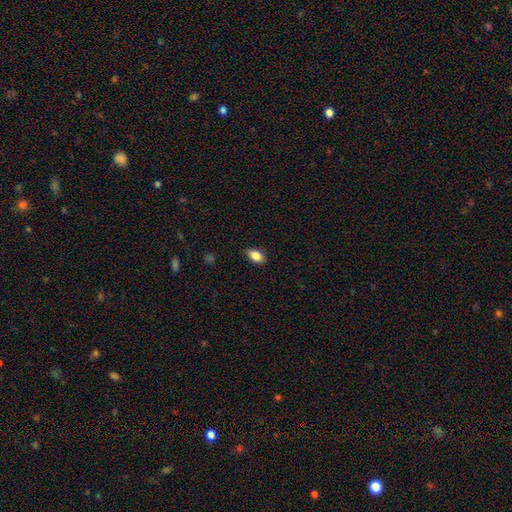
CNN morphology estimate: This is clearly a smooth galaxy (85%). How rounded: clearly in between (89%). Merging: clearly none (86%).